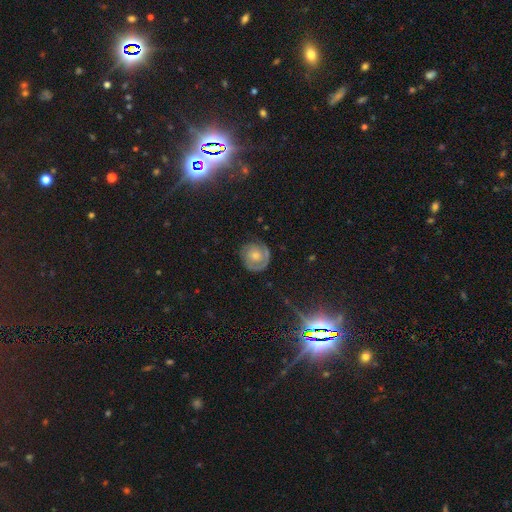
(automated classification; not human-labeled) This is likely a featured or disk galaxy (63%). It is clearly not viewed edge-on (97%). Bar: likely no (79%). Spiral arm pattern: clearly yes (84%). Spiral arm count: marginally 2 (38%). Spiral winding: likely tight (69%). Central bulge: possibly small (46%). Merging: likely none (75%).